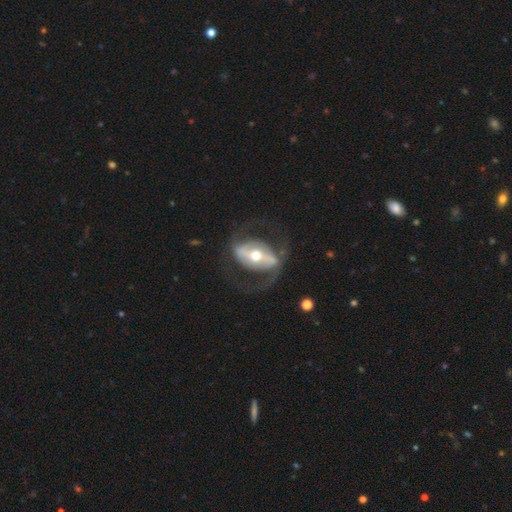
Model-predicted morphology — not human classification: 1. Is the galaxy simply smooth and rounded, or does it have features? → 83% featured or disk, 12% smooth, 5% star or artifact.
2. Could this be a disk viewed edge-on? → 94% no, 6% yes.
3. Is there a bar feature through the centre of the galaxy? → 61% strong, 23% weak, 16% no.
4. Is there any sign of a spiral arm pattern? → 76% yes, 24% no.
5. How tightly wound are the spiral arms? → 49% medium, 32% loose, 19% tight.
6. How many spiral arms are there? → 86% 2, 7% can't tell, 4% 1, 1% 3, 1% 4, 1% more than 4.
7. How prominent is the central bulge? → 67% moderate, 23% small, 7% large, 1% dominant, 1% none.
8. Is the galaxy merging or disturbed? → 66% none, 19% major disturbance, 13% minor disturbance, 2% merger.